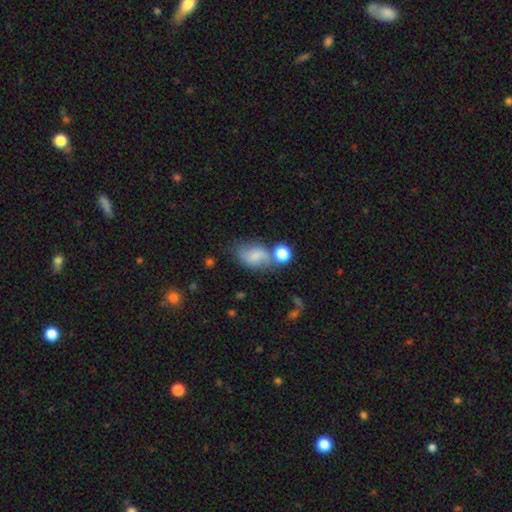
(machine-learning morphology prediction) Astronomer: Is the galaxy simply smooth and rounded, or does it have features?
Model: smooth — 62%.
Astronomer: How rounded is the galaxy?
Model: in between — 78%.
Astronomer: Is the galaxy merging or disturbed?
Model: none — 45% (runner-up: minor disturbance, 24%).